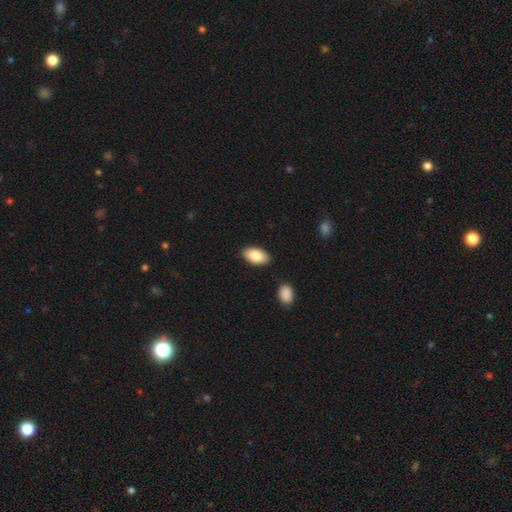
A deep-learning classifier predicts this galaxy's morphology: Smooth or featured?
  - smooth: 85% *
  - featured or disk: 8%
  - star or artifact: 6%
How rounded?
  - in between: 95% *
  - round: 3%
  - cigar-shaped: 2%
Merging?
  - none: 86% *
  - minor disturbance: 9%
  - merger: 3%
  - major disturbance: 2%